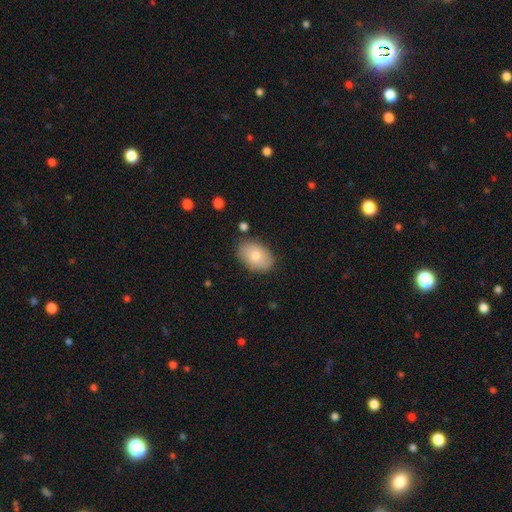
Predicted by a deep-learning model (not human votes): A smooth galaxy with no disk features (77%) that is in between round and cigar-shaped (87%).

Vote fractions:
- Smooth or featured? smooth: 77% / featured or disk: 17% / star or artifact: 7%
- How rounded? in between: 87% / round: 12% / cigar-shaped: 1%
- Merging? none: 82% / minor disturbance: 13% / major disturbance: 3% / merger: 2%